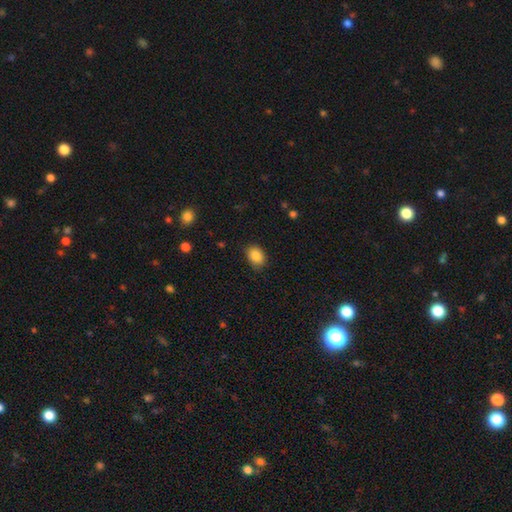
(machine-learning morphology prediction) smooth_or_featured: smooth (p=0.87) [alt: star or artifact p=0.08]
how_rounded: in between (p=0.71) [alt: round p=0.28]
merging: none (p=0.78) [alt: minor disturbance p=0.17]